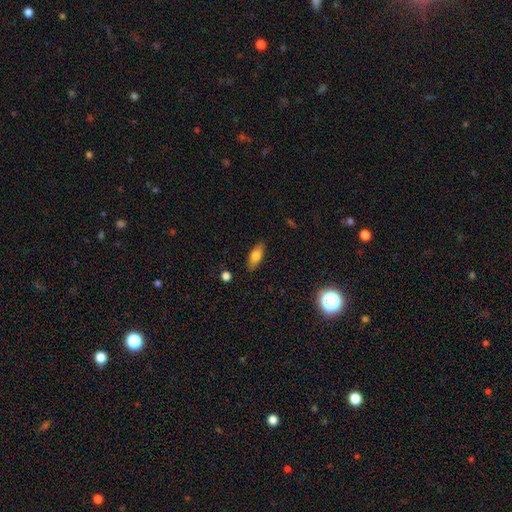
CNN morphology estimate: smooth_or_featured: smooth (p=0.73) [alt: featured or disk p=0.18]
how_rounded: in between (p=0.77) [alt: cigar-shaped p=0.20]
merging: none (p=0.86) [alt: minor disturbance p=0.11]